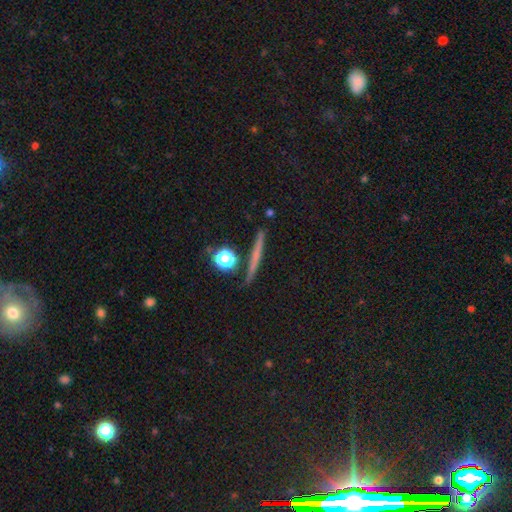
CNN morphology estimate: This is possibly a smooth galaxy (47%). Merging: clearly none (87%).